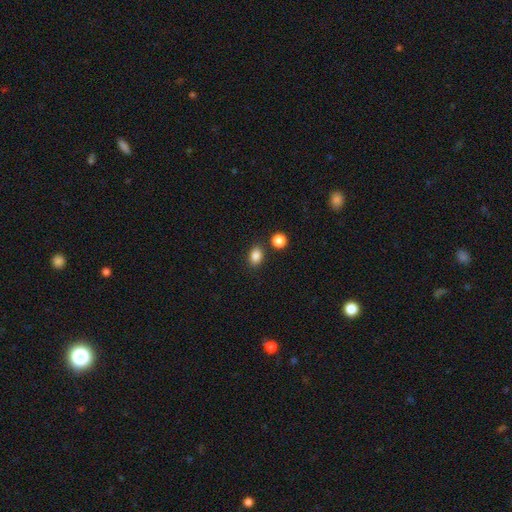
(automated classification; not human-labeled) smooth_or_featured: smooth (p=0.86) [alt: star or artifact p=0.10]
how_rounded: in between (p=0.73) [alt: round p=0.25]
merging: none (p=0.81) [alt: minor disturbance p=0.10]